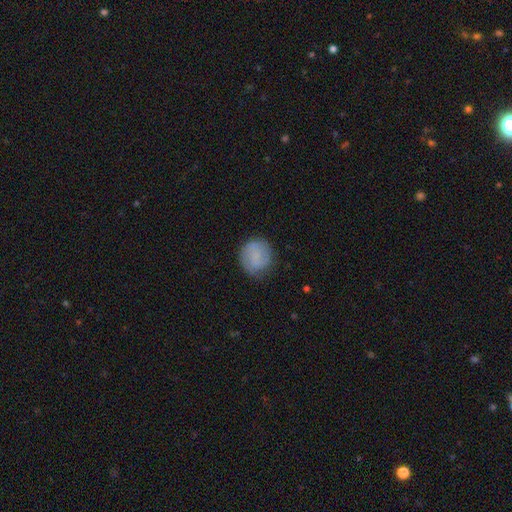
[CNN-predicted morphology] Q: Smooth or featured?
A: smooth (68%); runner-up: featured or disk (24%)
Q: How rounded?
A: round (83%); runner-up: in between (16%)
Q: Merging?
A: none (77%); runner-up: minor disturbance (17%)